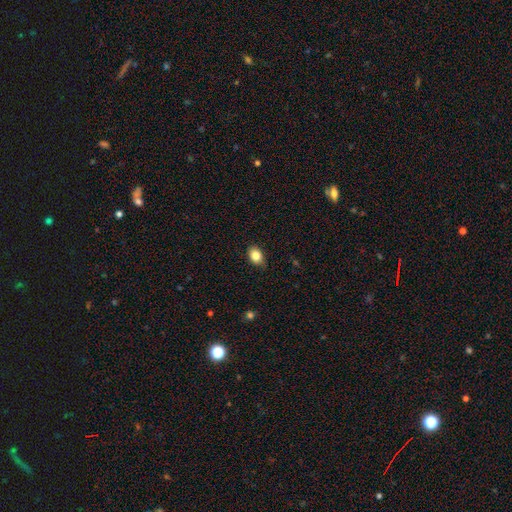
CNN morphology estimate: Smooth or featured? Predicted: smooth (p=0.85). How rounded? Predicted: in between (p=0.72). Merging? Predicted: none (p=0.80).